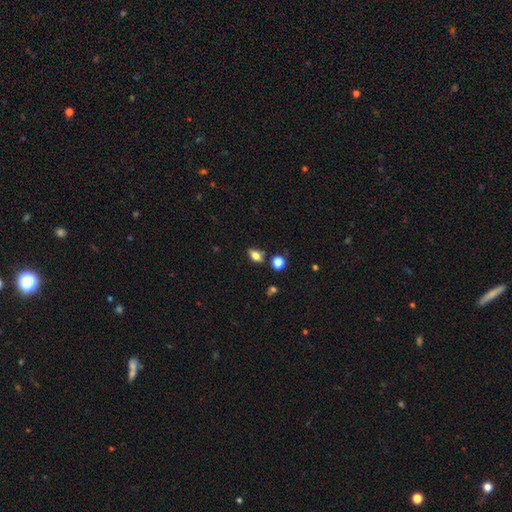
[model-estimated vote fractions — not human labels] Overall: smooth (69%). How rounded: in between (77%). Merging: none (75%).